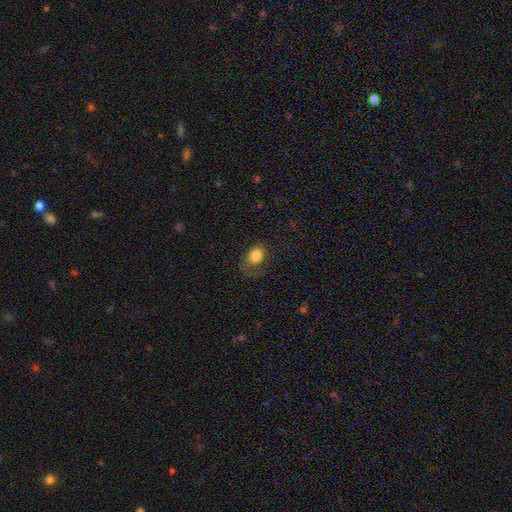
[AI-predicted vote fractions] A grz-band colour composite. It shows a smooth galaxy with no disk features (82%) that is in between round and cigar-shaped (71%). Merging: none (53%).